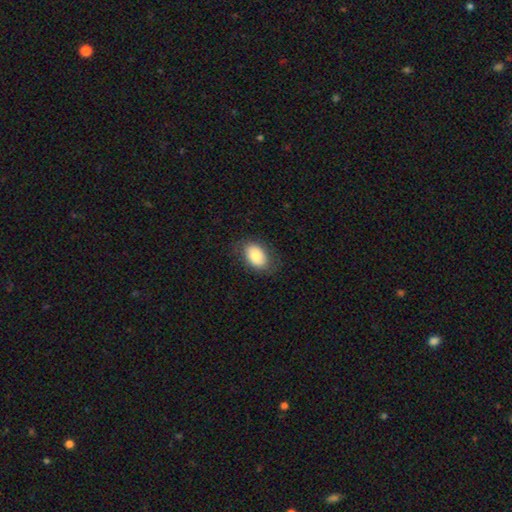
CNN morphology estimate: The model was most divided on "smooth or featured": smooth: 77%, featured or disk: 16%, star or artifact: 7%. More confident: how rounded — in between (83%); merging — none (79%).